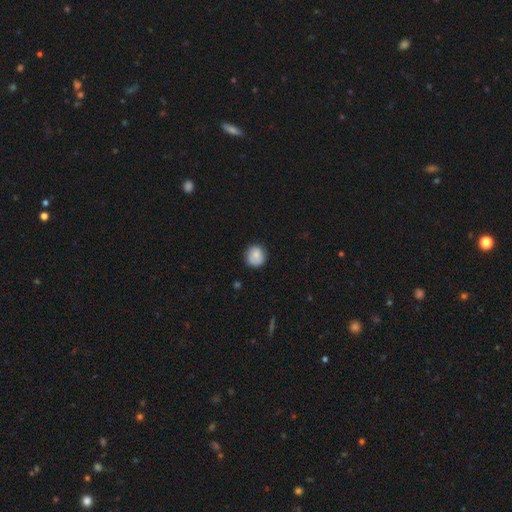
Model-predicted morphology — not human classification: smooth 78%, featured or disk 14%, star or artifact 7%. Down the decision tree: how rounded — round (88%); merging — none (79%).